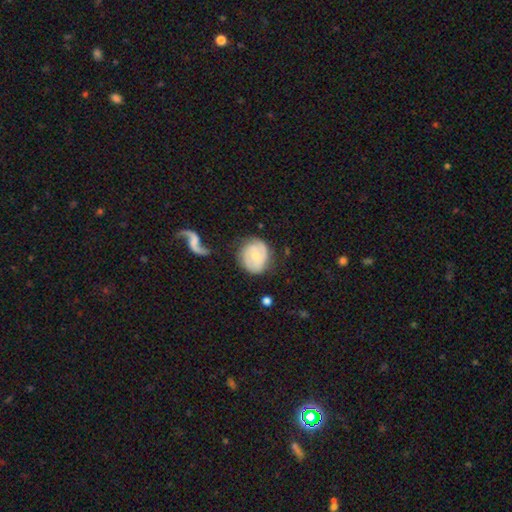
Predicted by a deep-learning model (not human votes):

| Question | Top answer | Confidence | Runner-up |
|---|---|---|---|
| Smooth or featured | featured or disk | 61% | smooth (33%) |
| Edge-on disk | no | 97% | yes (3%) |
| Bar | no | 59% | weak (34%) |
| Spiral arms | yes | 83% | no (17%) |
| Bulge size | moderate | 48% | small (45%) |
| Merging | none | 64% | minor disturbance (22%) |